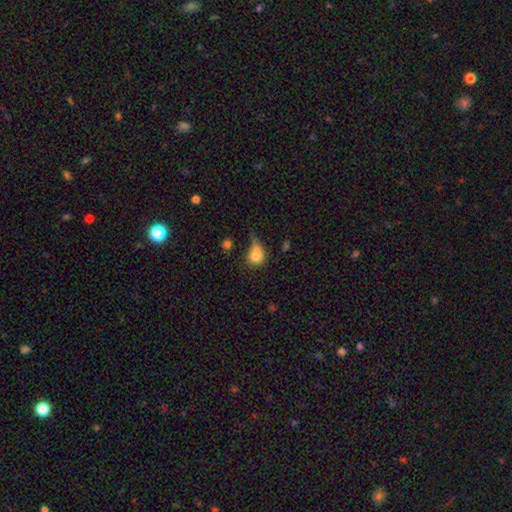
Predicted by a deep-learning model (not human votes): A smooth galaxy with no disk features (75%) that is round (66%).

Vote fractions:
- Smooth or featured? smooth: 75% / featured or disk: 14% / star or artifact: 10%
- How rounded? round: 66% / in between: 32% / cigar-shaped: 2%
- Merging? none: 31% / minor disturbance: 25% / major disturbance: 24% / merger: 20%